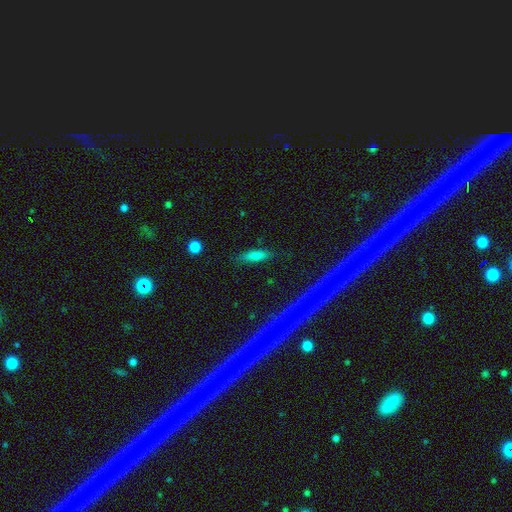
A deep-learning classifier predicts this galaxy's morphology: smooth 72%, featured or disk 16%, star or artifact 12%. Down the decision tree: how rounded — cigar-shaped (60%); merging — none (81%).